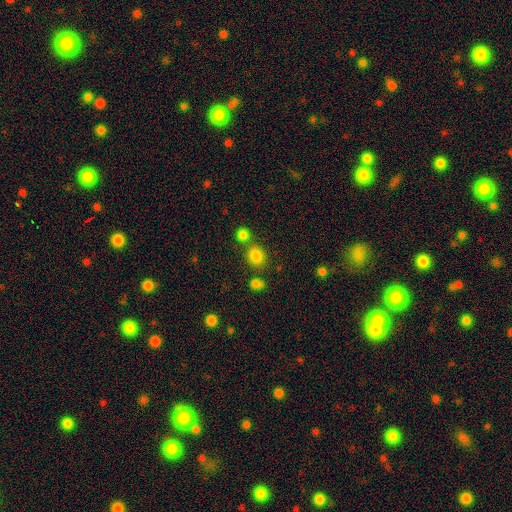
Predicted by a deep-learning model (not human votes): Q: Smooth or featured?
A: smooth (82%); runner-up: star or artifact (13%)
Q: How rounded?
A: round (78%); runner-up: in between (21%)
Q: Merging?
A: none (70%); runner-up: merger (18%)